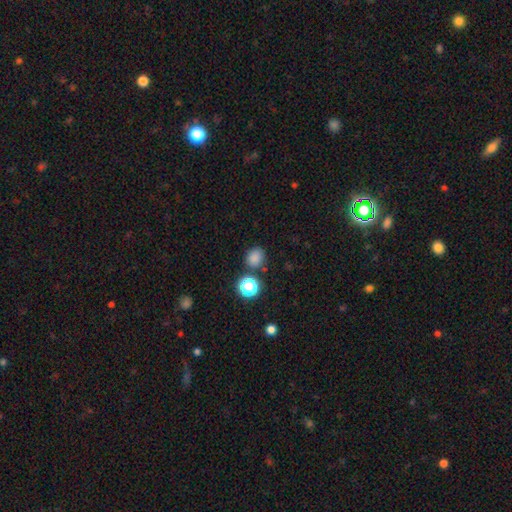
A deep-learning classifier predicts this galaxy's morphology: Overall: smooth (79%). How rounded: round (75%). Merging: none (78%).